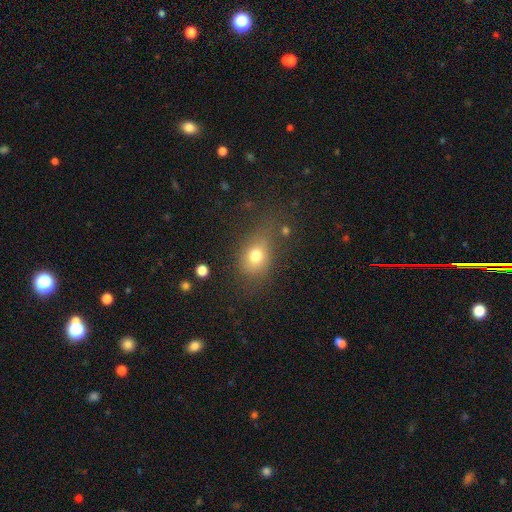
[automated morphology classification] Smooth or featured? Predicted: smooth (p=0.75). How rounded? Predicted: in between (p=0.56). Merging? Predicted: none (p=0.58).